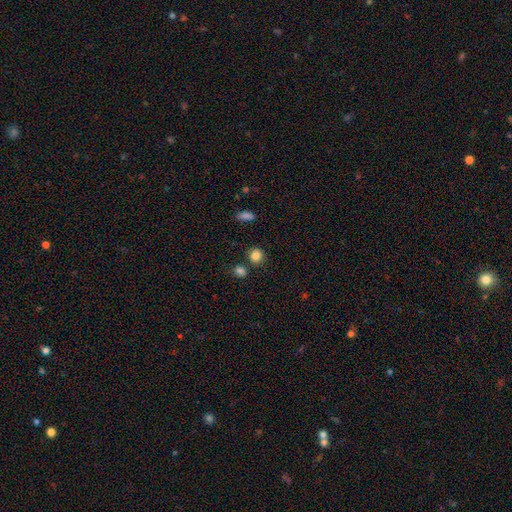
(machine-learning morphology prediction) This appears to be a smooth galaxy with no disk features (84%) that is round (83%). Merging: none (78%).